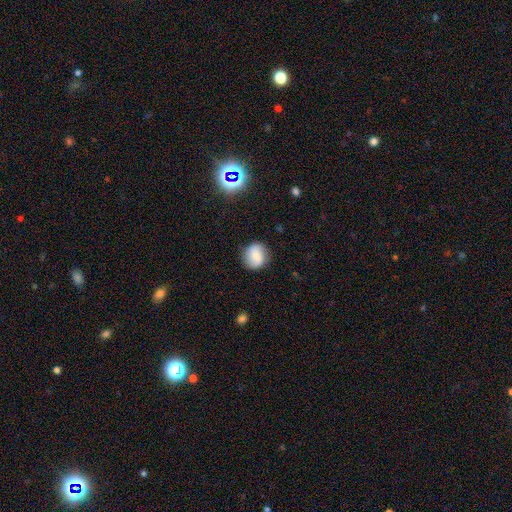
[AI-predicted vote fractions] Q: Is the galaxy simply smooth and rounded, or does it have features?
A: smooth — 64%.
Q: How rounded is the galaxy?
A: round — 80%.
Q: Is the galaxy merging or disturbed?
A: none — 83%.